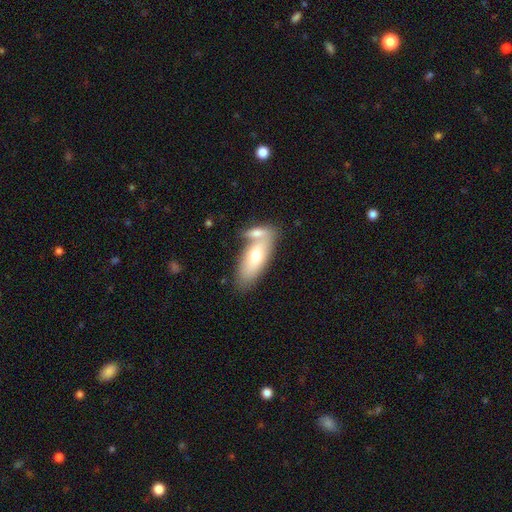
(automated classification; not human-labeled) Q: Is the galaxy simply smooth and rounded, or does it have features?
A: smooth — 66%.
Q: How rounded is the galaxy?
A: in between — 77%.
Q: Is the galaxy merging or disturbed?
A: none — 43%.